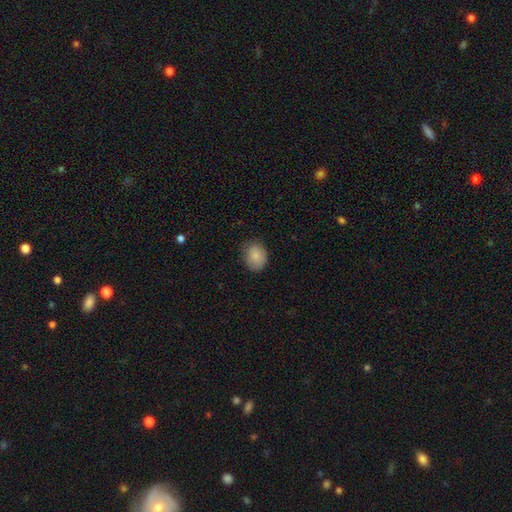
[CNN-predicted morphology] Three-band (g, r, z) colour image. It shows a smooth galaxy with no disk features (85%) that is in between round and cigar-shaped (50%). Merging: none (78%).